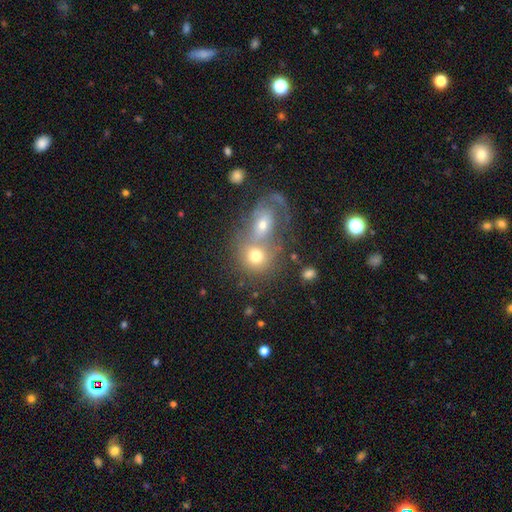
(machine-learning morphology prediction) This appears to be a smooth galaxy with no disk features (65%) that is round (68%). Merging: merger (61%).